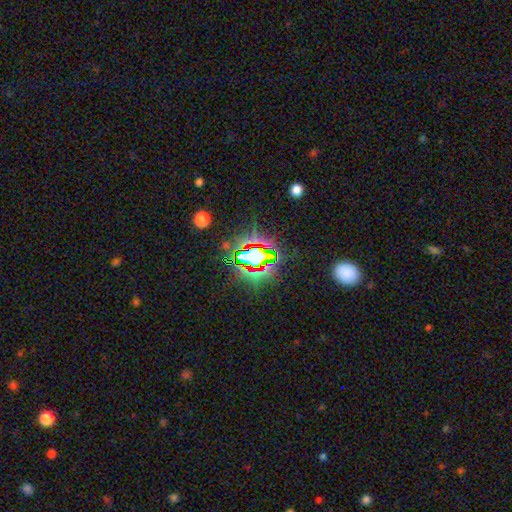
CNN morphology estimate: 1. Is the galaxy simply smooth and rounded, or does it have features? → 71% star or artifact, 17% smooth, 12% featured or disk.